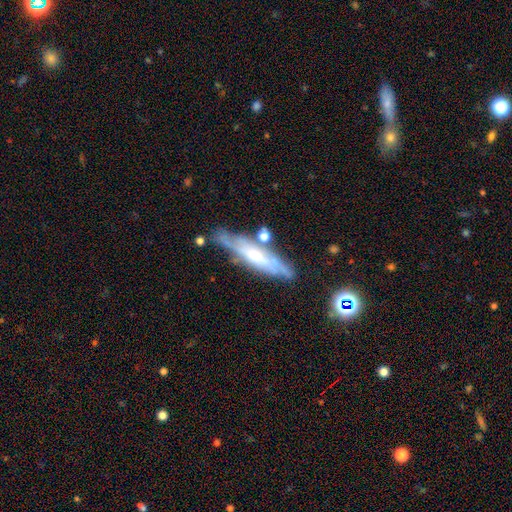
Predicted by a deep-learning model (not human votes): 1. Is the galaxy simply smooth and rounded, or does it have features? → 67% featured or disk, 26% smooth, 7% star or artifact.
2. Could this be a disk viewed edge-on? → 56% yes, 44% no.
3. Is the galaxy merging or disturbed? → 69% none, 19% minor disturbance, 7% merger, 6% major disturbance.